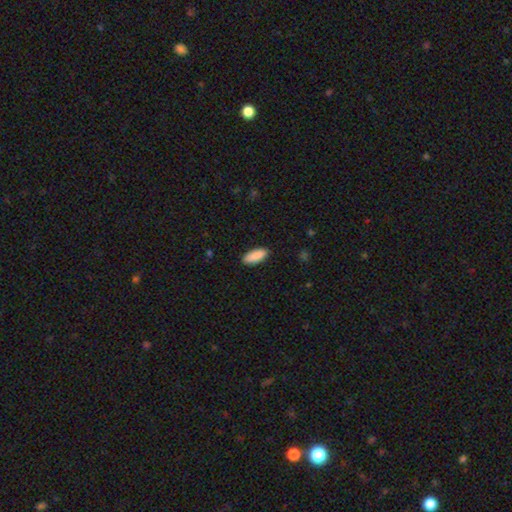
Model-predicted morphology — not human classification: type=smooth (91%); roundness=in between (79%); merging=none (89%).